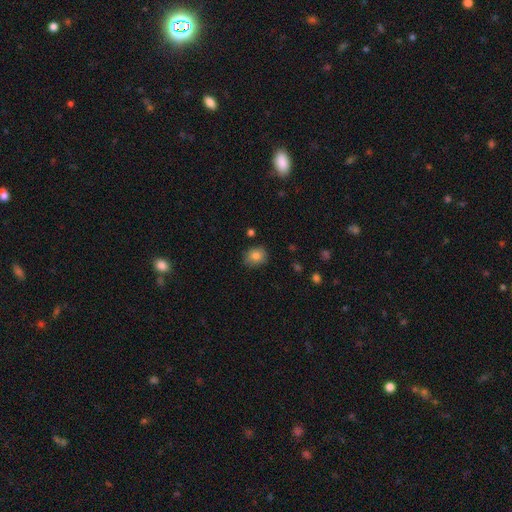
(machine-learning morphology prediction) type=smooth (82%); roundness=round (65%); merging=none (82%).